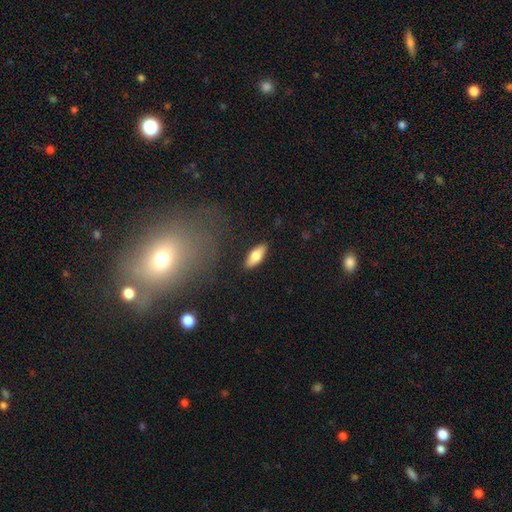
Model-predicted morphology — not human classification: A smooth galaxy with no disk features (72%) that is in between round and cigar-shaped (72%). Merging: none (88%).